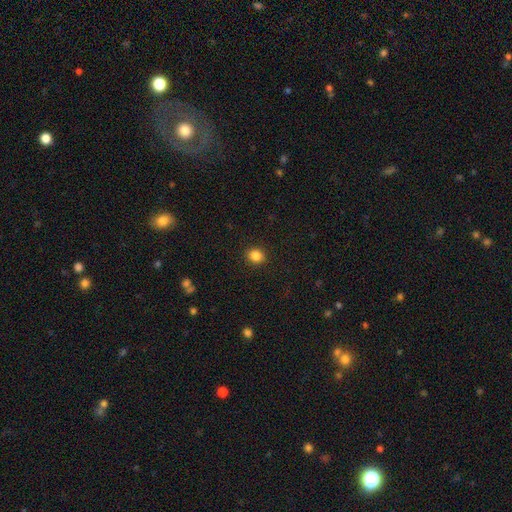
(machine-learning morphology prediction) This is clearly a smooth galaxy (85%). How rounded: likely round (73%). Merging: clearly none (91%).